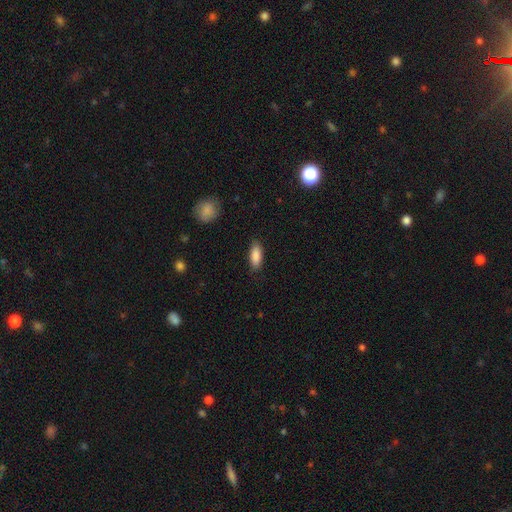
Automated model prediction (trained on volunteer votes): A smooth galaxy with no disk features (88%) that is in between round and cigar-shaped (77%). Merging: none (86%).